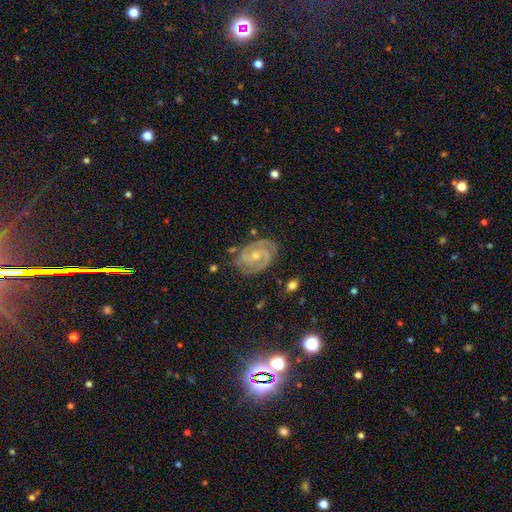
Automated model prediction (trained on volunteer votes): Q: Smooth or featured?
A: featured or disk (87%); runner-up: smooth (6%)
Q: Edge-on disk?
A: no (98%); runner-up: yes (2%)
Q: Bar?
A: no (58%); runner-up: weak (34%)
Q: Spiral arms?
A: yes (97%); runner-up: no (3%)
Q: Spiral winding?
A: tight (63%); runner-up: medium (32%)
Q: Spiral arm count?
A: 2 (73%); runner-up: 3 (13%)
Q: Bulge size?
A: small (51%); runner-up: moderate (46%)
Q: Merging?
A: none (77%); runner-up: minor disturbance (17%)